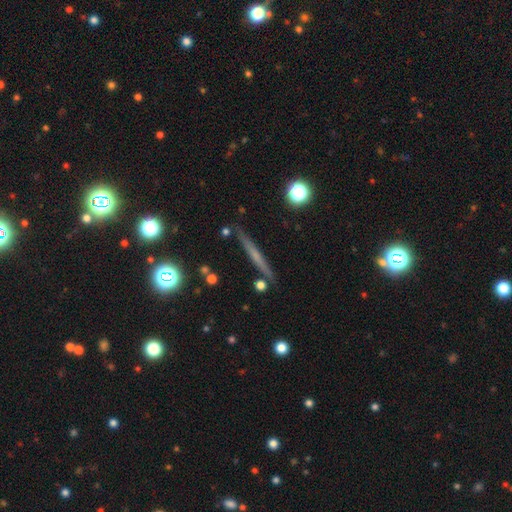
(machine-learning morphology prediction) smooth-or-featured: featured or disk: 53% | smooth: 38% | star or artifact: 9%
  disk-edge-on: yes: 96% | no: 4%
    edge-on-bulge: none: 70% | rounded: 23% | boxy: 7%
  merging: none: 88% | minor disturbance: 8% | merger: 2% | major disturbance: 2%